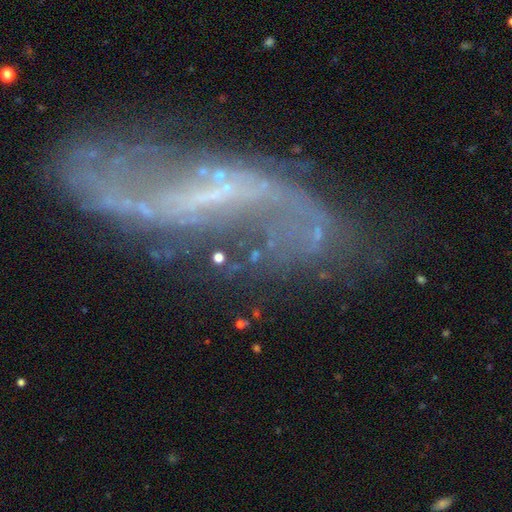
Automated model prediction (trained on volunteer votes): A featured or disk galaxy (45%).

Vote fractions:
- Smooth or featured? featured or disk: 45% / star or artifact: 33% / smooth: 22%
- Merging? none: 58% / major disturbance: 19% / minor disturbance: 16% / merger: 8%